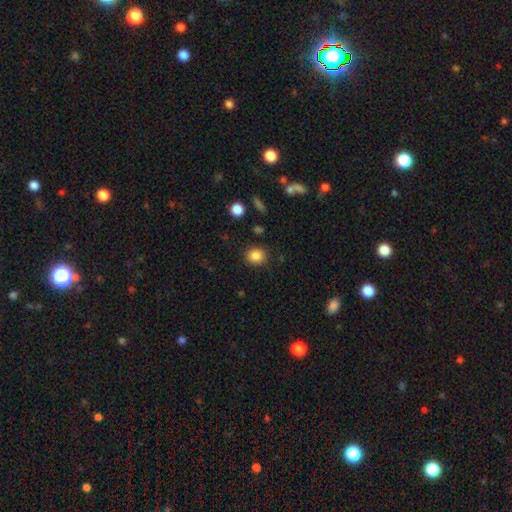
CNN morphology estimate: Smooth or featured: smooth — 86% (star or artifact — 10%)
How rounded: round — 78% (in between — 21%)
Merging: none — 87% (minor disturbance — 8%)